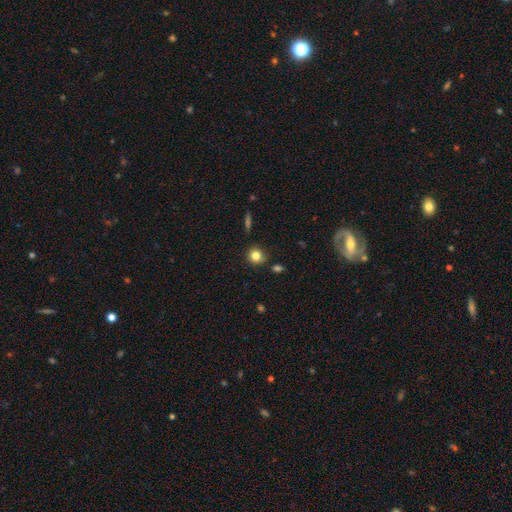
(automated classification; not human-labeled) Smooth or featured?
  - smooth: 82% *
  - star or artifact: 11%
  - featured or disk: 7%
How rounded?
  - round: 88% *
  - in between: 11%
  - cigar-shaped: 1%
Merging?
  - none: 86% *
  - minor disturbance: 9%
  - merger: 3%
  - major disturbance: 2%